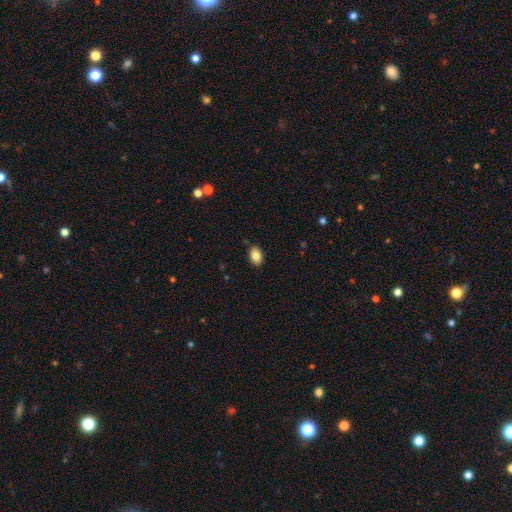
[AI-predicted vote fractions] Q: Smooth or featured?
A: smooth (87%); runner-up: star or artifact (8%)
Q: How rounded?
A: in between (87%); runner-up: round (12%)
Q: Merging?
A: none (87%); runner-up: minor disturbance (10%)